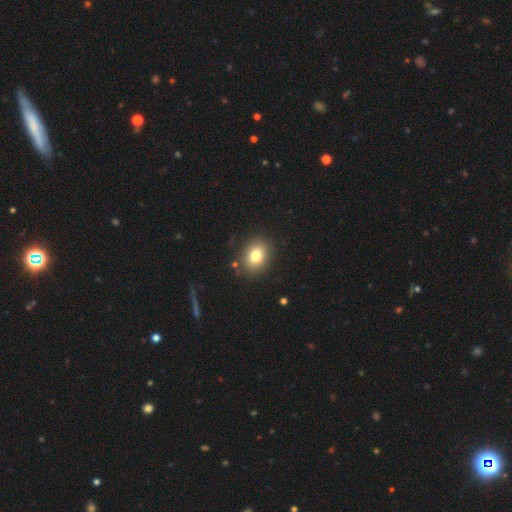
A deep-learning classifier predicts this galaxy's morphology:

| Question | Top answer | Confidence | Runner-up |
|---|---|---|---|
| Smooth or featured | smooth | 79% | star or artifact (11%) |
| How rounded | in between | 52% | round (47%) |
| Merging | none | 86% | minor disturbance (9%) |